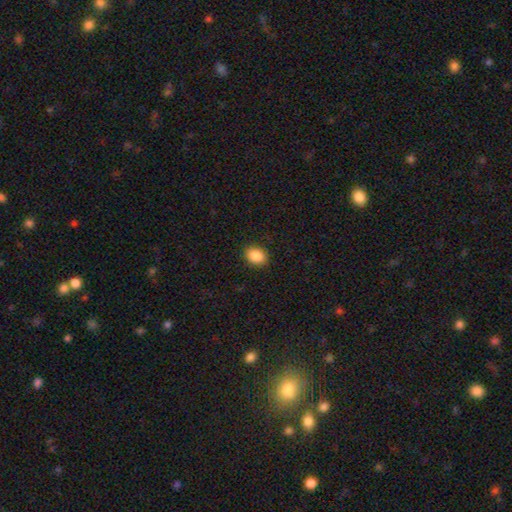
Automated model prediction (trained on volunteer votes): Smooth or featured? Predicted: smooth (p=0.89). How rounded? Predicted: in between (p=0.63). Merging? Predicted: none (p=0.90).